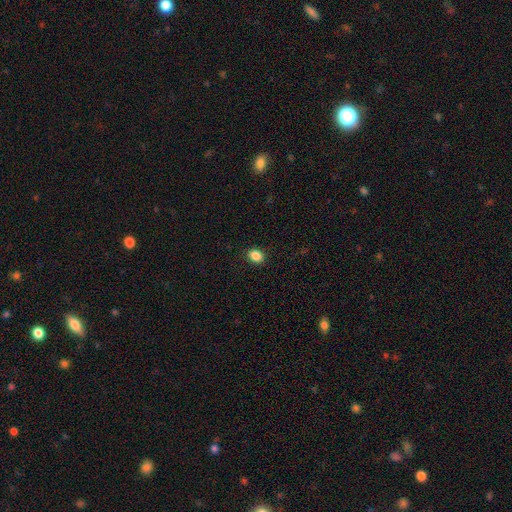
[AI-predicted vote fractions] Smooth or featured?
  - smooth: 87% *
  - star or artifact: 9%
  - featured or disk: 3%
How rounded?
  - in between: 60% *
  - round: 39%
  - cigar-shaped: 1%
Merging?
  - none: 89% *
  - minor disturbance: 8%
  - major disturbance: 2%
  - merger: 1%